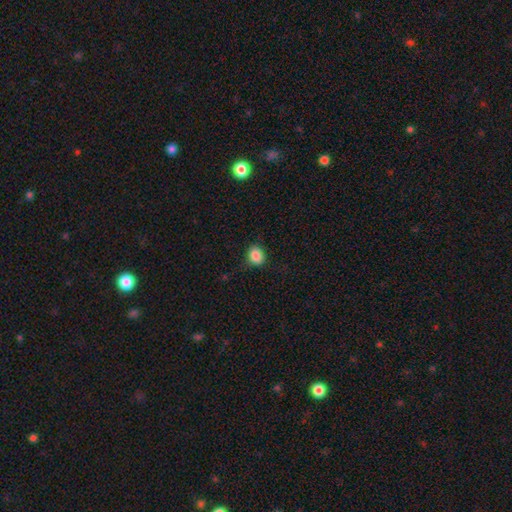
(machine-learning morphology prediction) Smooth or featured?
  - smooth: 86% *
  - star or artifact: 10%
  - featured or disk: 4%
How rounded?
  - round: 64% *
  - in between: 35%
  - cigar-shaped: 1%
Merging?
  - none: 80% *
  - minor disturbance: 15%
  - major disturbance: 4%
  - merger: 1%